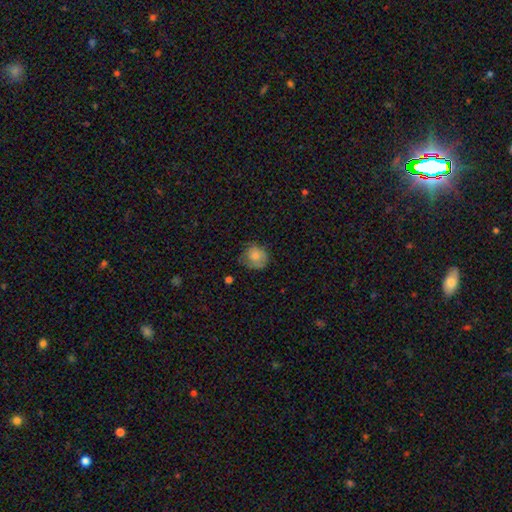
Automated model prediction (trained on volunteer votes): Overall: smooth (72%). How rounded: round (76%). Merging: none (57%; minor disturbance 30%).